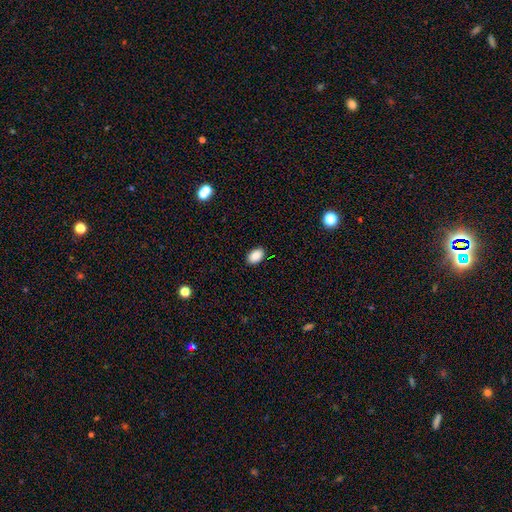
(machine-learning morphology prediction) This is clearly a smooth galaxy (89%). How rounded: clearly in between (90%). Merging: clearly none (89%).